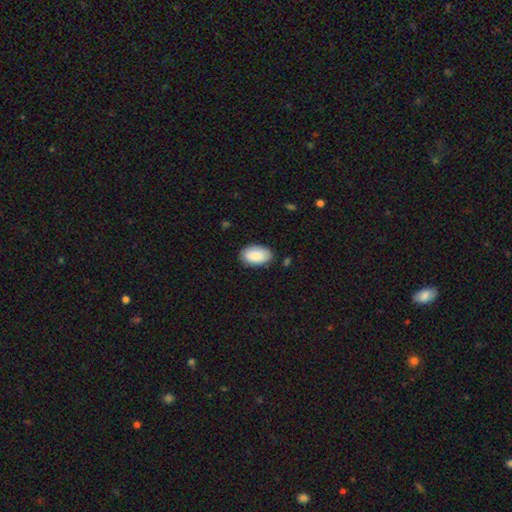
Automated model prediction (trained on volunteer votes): Smooth or featured: smooth — 86% (featured or disk — 8%)
How rounded: in between — 93% (round — 5%)
Merging: none — 81% (minor disturbance — 14%)